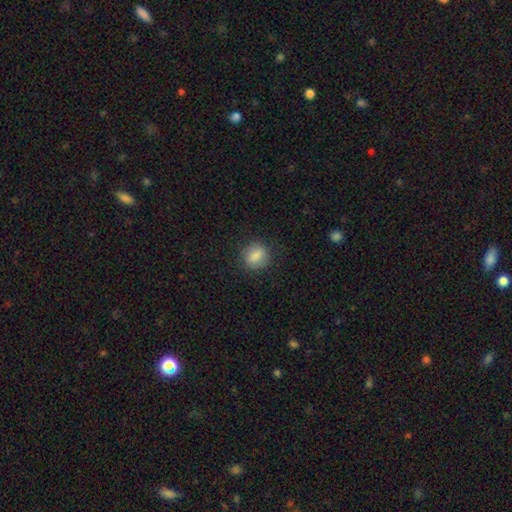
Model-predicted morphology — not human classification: type=smooth (85%); roundness=round (67%); merging=none (85%).